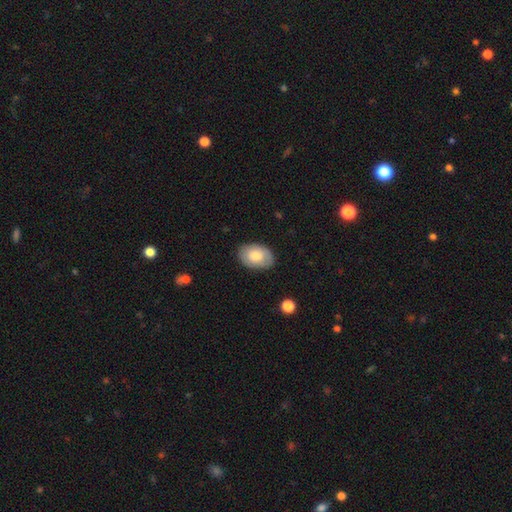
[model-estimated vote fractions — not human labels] A smooth galaxy with no disk features (71%) that is in between round and cigar-shaped (85%).

Vote fractions:
- Smooth or featured? smooth: 71% / featured or disk: 22% / star or artifact: 6%
- How rounded? in between: 85% / round: 14% / cigar-shaped: 1%
- Merging? none: 83% / minor disturbance: 13% / major disturbance: 3% / merger: 1%